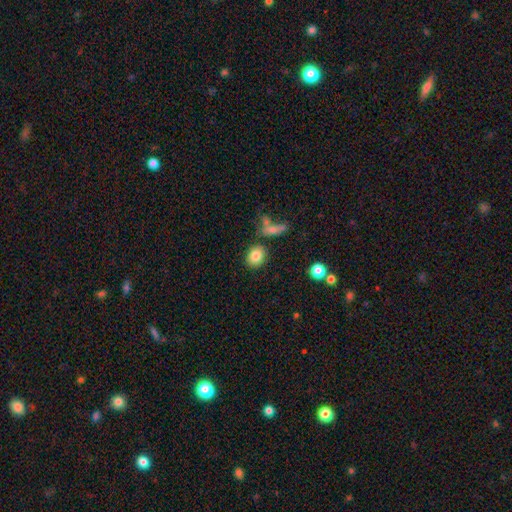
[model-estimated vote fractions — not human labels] smooth 83%, star or artifact 9%, featured or disk 8%. Down the decision tree: how rounded — round (56%); merging — none (79%).